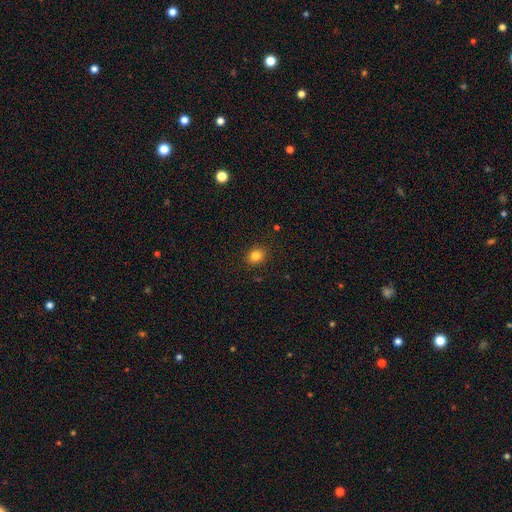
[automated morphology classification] Smooth or featured?
  - smooth: 83% *
  - star or artifact: 11%
  - featured or disk: 5%
How rounded?
  - round: 64% *
  - in between: 35%
  - cigar-shaped: 1%
Merging?
  - none: 89% *
  - minor disturbance: 8%
  - major disturbance: 2%
  - merger: 1%